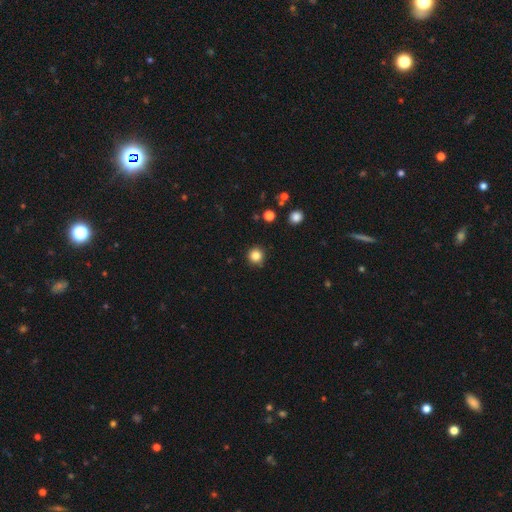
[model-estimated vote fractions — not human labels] A smooth galaxy with no disk features (84%) that is round (95%). Merging: none (91%).